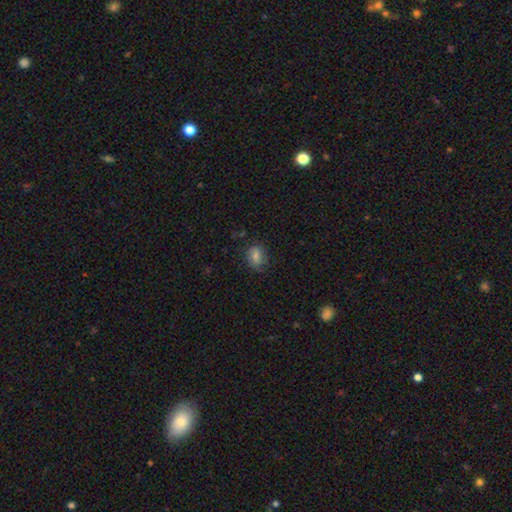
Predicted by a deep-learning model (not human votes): smooth_or_featured: smooth (p=0.58) [alt: featured or disk p=0.26]
how_rounded: in between (p=0.51) [alt: round p=0.47]
merging: none (p=0.73) [alt: minor disturbance p=0.19]